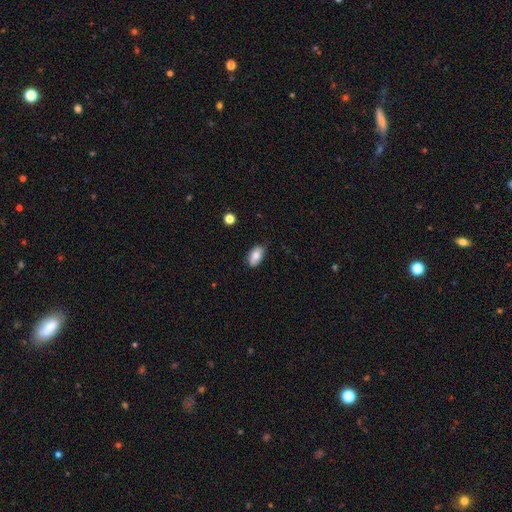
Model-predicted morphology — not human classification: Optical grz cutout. It shows a smooth galaxy with no disk features (81%) that is in between round and cigar-shaped (93%). Merging: none (77%).